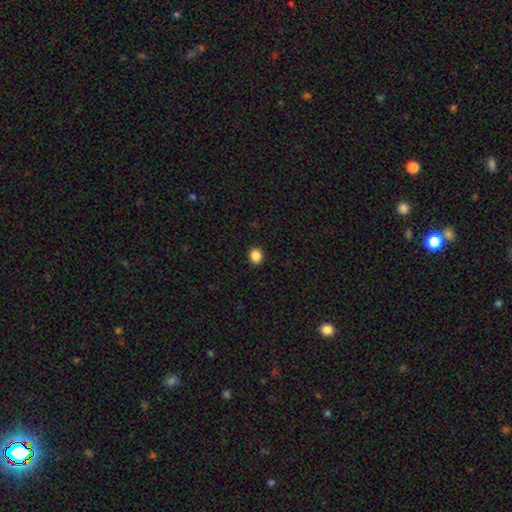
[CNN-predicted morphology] Smooth or featured? Predicted: smooth (p=0.88). How rounded? Predicted: round (p=0.73). Merging? Predicted: none (p=0.92).